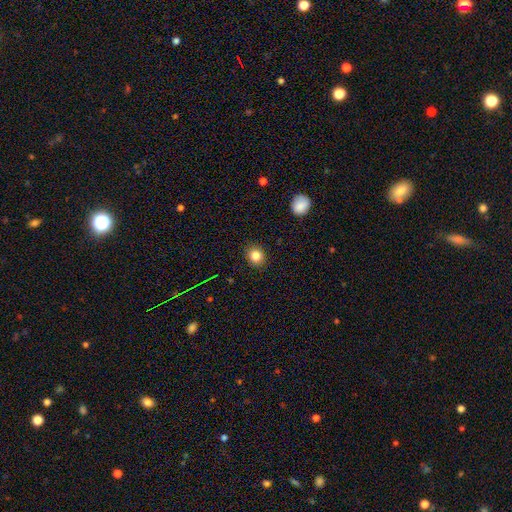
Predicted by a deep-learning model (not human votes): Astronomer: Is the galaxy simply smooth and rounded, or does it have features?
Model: smooth — 84%.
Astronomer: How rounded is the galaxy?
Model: round — 73%.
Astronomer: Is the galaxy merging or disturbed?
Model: none — 90%.